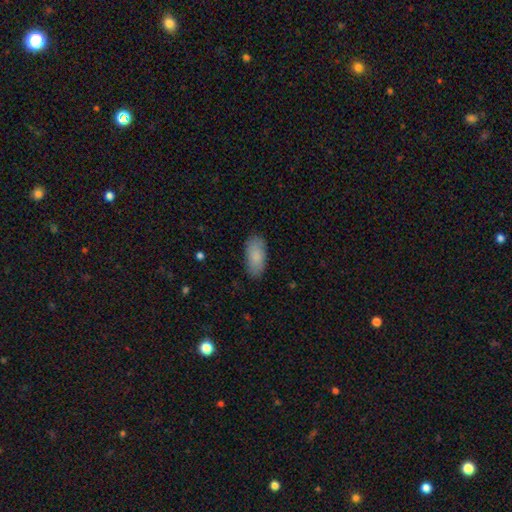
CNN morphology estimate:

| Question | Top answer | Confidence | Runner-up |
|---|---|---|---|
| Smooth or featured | smooth | 87% | featured or disk (8%) |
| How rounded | in between | 91% | cigar-shaped (7%) |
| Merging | none | 85% | minor disturbance (12%) |